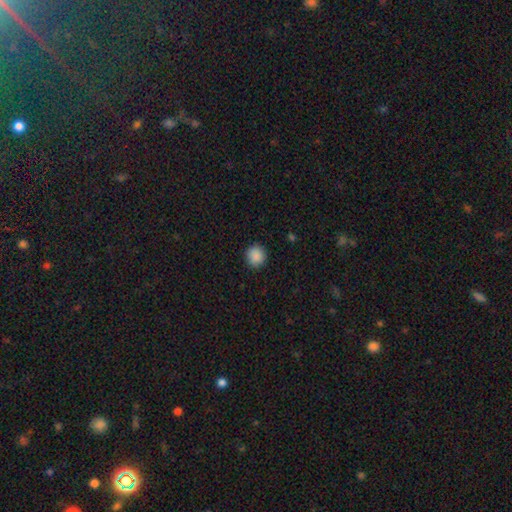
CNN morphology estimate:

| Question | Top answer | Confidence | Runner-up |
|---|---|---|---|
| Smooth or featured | smooth | 89% | star or artifact (9%) |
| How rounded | round | 90% | in between (9%) |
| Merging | none | 91% | minor disturbance (6%) |